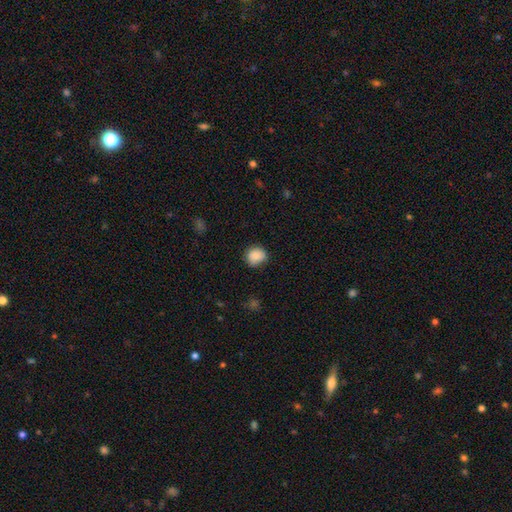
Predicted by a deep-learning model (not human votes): smooth-or-featured: smooth: 87% | star or artifact: 8% | featured or disk: 5%
  how-rounded: round: 80% | in between: 19% | cigar-shaped: 1%
  merging: none: 77% | minor disturbance: 18% | major disturbance: 3% | merger: 1%